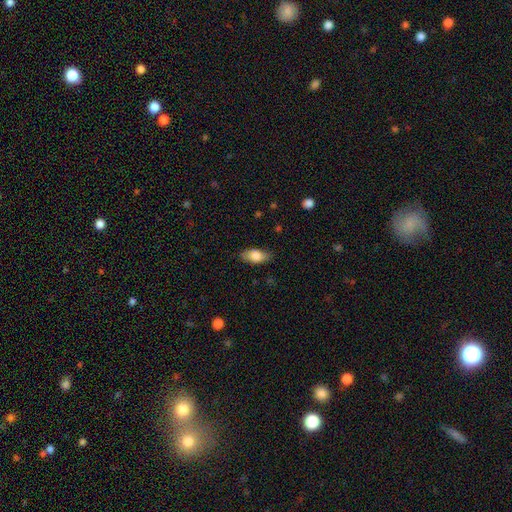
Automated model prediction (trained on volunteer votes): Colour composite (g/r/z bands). It shows a smooth galaxy with no disk features (80%) that is in between round and cigar-shaped (88%). Merging: none (83%).